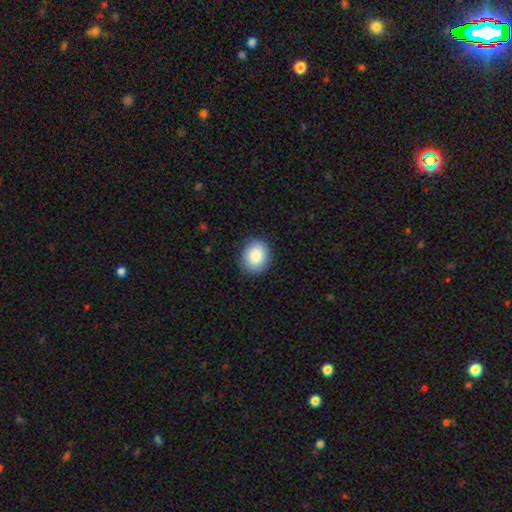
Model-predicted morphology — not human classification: type=smooth (87%); roundness=round (58%); merging=none (88%).